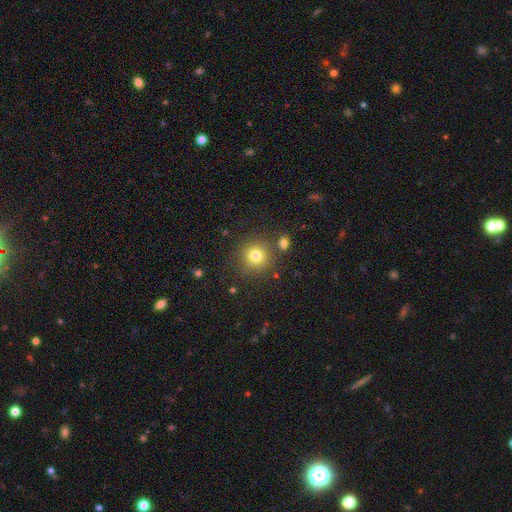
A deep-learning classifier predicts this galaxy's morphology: This is likely a smooth galaxy (78%). How rounded: clearly round (92%). Merging: clearly none (82%).